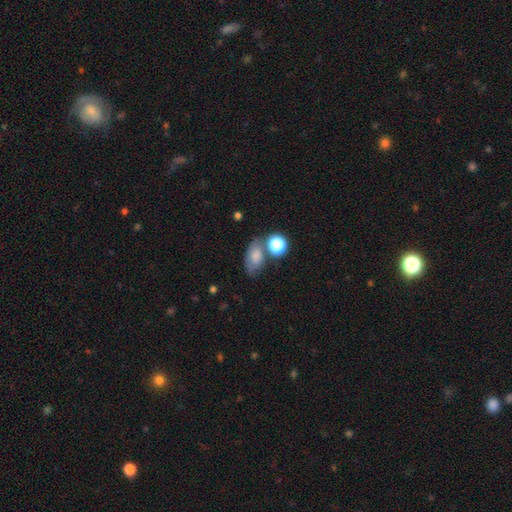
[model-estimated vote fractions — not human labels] Smooth or featured: smooth — 75% (featured or disk — 14%)
How rounded: in between — 84% (round — 13%)
Merging: none — 54% (minor disturbance — 21%)